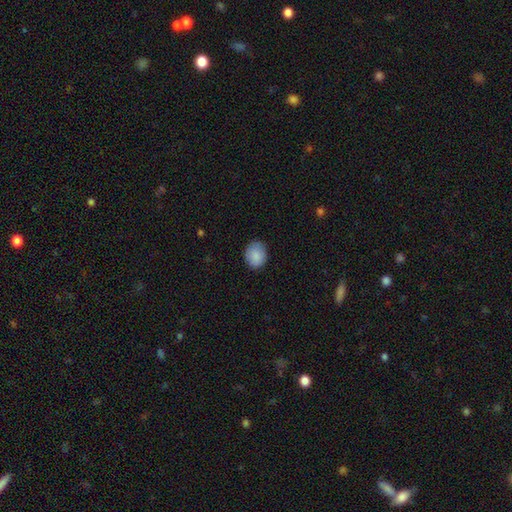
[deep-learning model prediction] smooth-or-featured: smooth: 88% | star or artifact: 7% | featured or disk: 4%
  how-rounded: round: 59% | in between: 41% | cigar-shaped: 1%
  merging: none: 84% | minor disturbance: 12% | major disturbance: 3% | merger: 1%